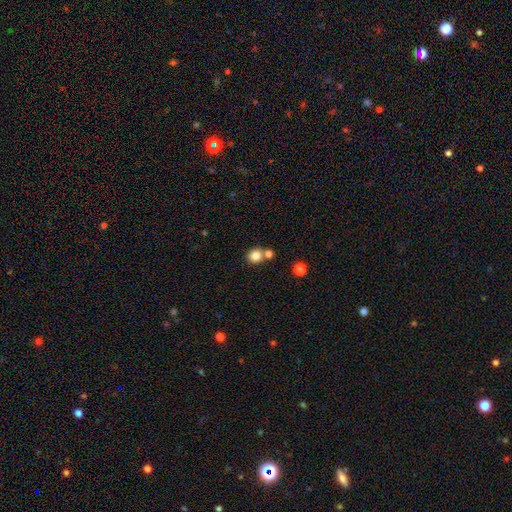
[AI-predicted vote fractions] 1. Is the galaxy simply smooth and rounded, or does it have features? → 83% smooth, 11% star or artifact, 6% featured or disk.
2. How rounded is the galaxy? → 84% round, 15% in between, 1% cigar-shaped.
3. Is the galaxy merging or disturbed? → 61% none, 28% merger, 8% minor disturbance, 3% major disturbance.